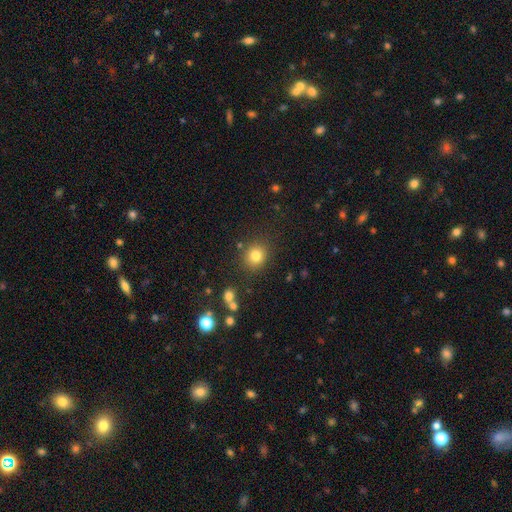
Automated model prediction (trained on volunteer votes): smooth_or_featured: smooth (p=0.80) [alt: star or artifact p=0.13]
how_rounded: round (p=0.84) [alt: in between p=0.15]
merging: none (p=0.85) [alt: minor disturbance p=0.09]